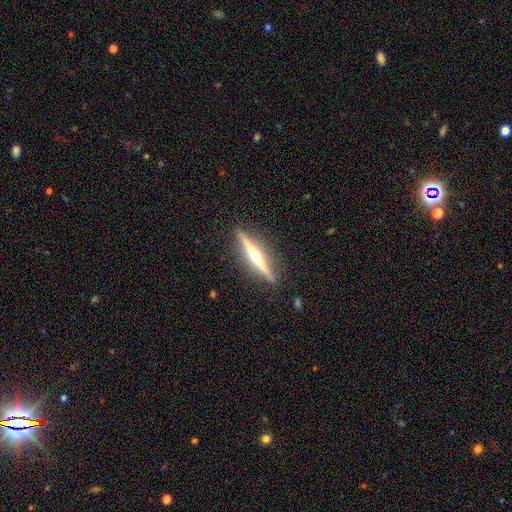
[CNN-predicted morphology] type=featured or disk (81%); edge-on=yes (98%); edge-on bulge=rounded (93%); merging=none (91%).